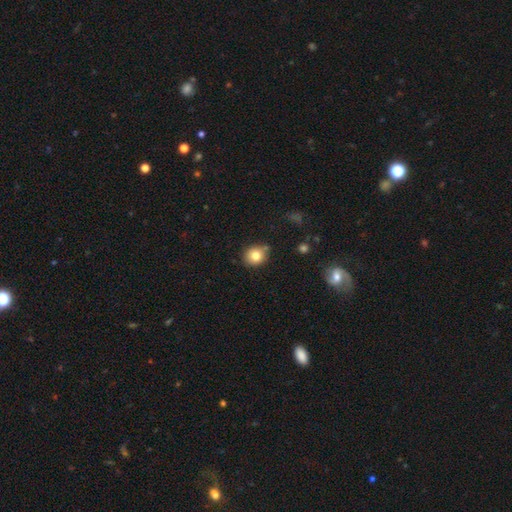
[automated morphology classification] This is likely a smooth galaxy (79%). How rounded: likely round (74%). Merging: clearly none (80%).